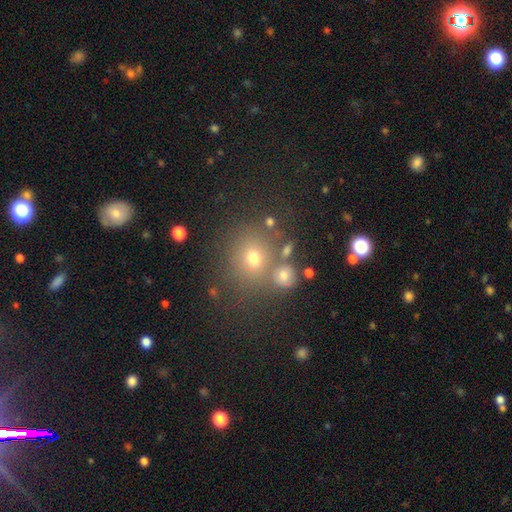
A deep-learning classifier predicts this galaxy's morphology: Smooth or featured? Predicted: smooth (p=0.48). Merging? Predicted: none (p=0.70).